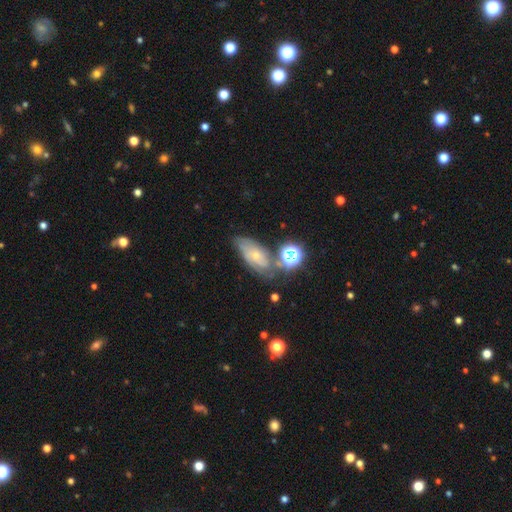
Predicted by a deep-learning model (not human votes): smooth-or-featured: featured or disk: 50% | smooth: 33% | star or artifact: 17%
  disk-edge-on: no: 90% | yes: 10%
  merging: none: 47% | minor disturbance: 27% | merger: 13% | major disturbance: 13%